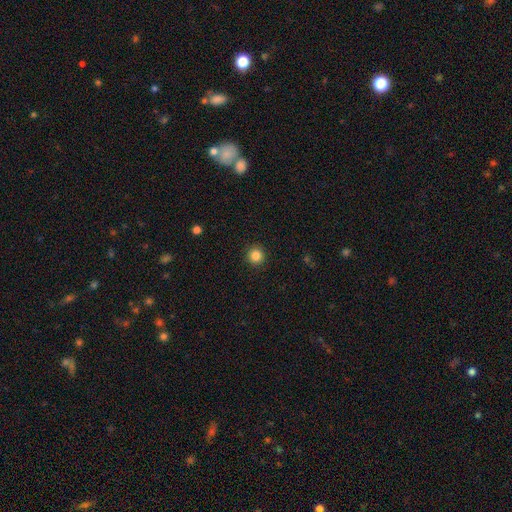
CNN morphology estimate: A smooth galaxy with no disk features (85%) that is round (95%). Merging: none (93%).